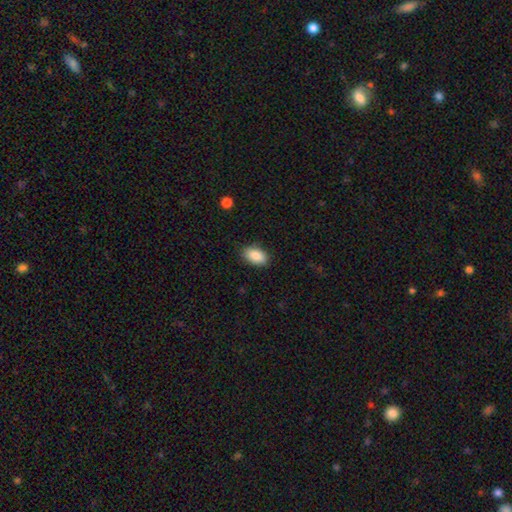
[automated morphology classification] smooth_or_featured: smooth (p=0.89) [alt: star or artifact p=0.07]
how_rounded: in between (p=0.93) [alt: round p=0.05]
merging: none (p=0.87) [alt: minor disturbance p=0.10]